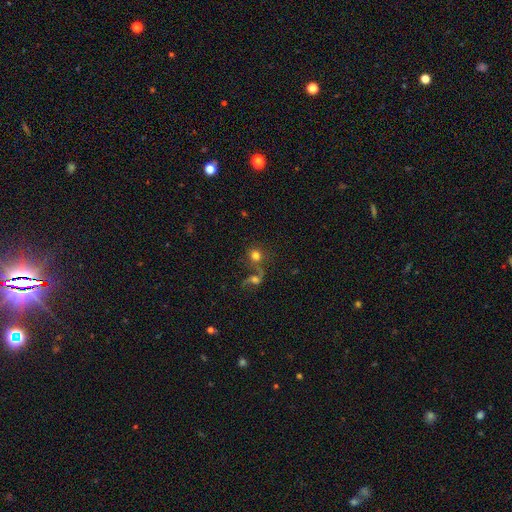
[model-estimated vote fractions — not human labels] This is likely a smooth galaxy (69%). How rounded: clearly round (85%). Merging: marginally none (42%).